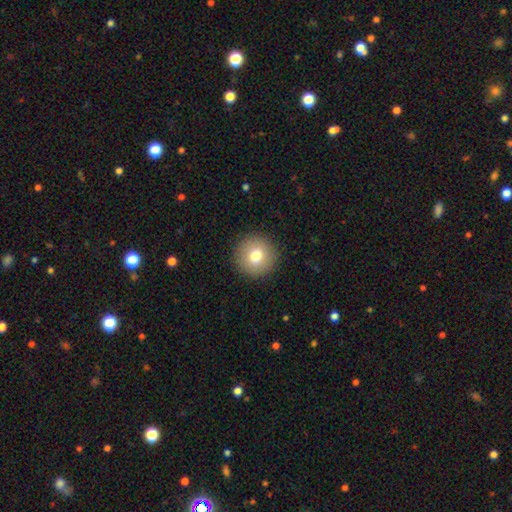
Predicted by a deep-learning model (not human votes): The model was most divided on "smooth or featured": smooth: 78%, featured or disk: 13%, star or artifact: 9%. More confident: how rounded — round (95%); merging — none (92%).